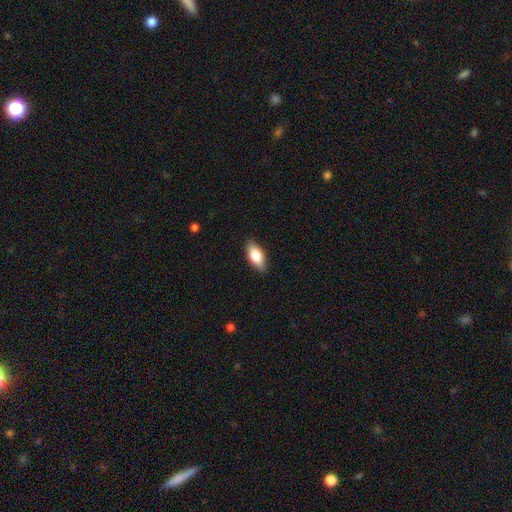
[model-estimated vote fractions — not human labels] smooth_or_featured: smooth (p=0.79) [alt: featured or disk p=0.15]
how_rounded: in between (p=0.88) [alt: cigar-shaped p=0.09]
merging: none (p=0.87) [alt: minor disturbance p=0.10]